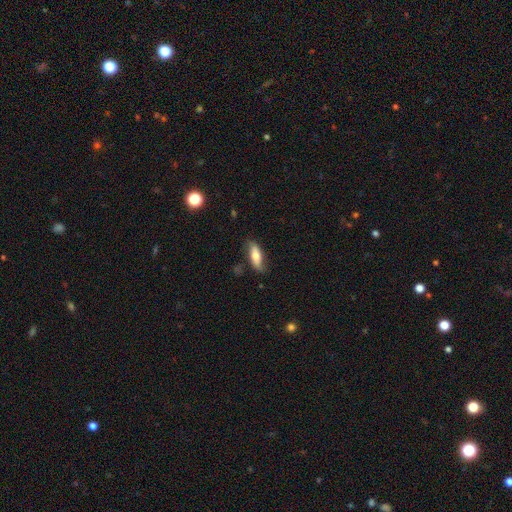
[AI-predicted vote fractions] Smooth or featured? Predicted: smooth (p=0.59). How rounded? Predicted: in between (p=0.61). Merging? Predicted: none (p=0.72).